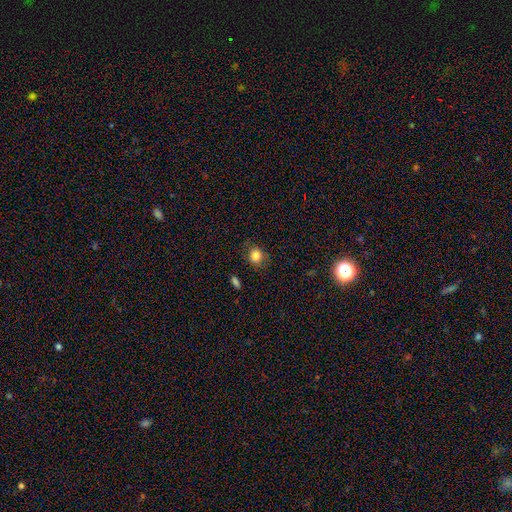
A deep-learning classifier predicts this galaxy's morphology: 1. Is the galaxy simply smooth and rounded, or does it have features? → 83% smooth, 11% star or artifact, 7% featured or disk.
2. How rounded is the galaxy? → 71% round, 28% in between, 1% cigar-shaped.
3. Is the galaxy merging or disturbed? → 79% none, 15% minor disturbance, 4% major disturbance, 2% merger.